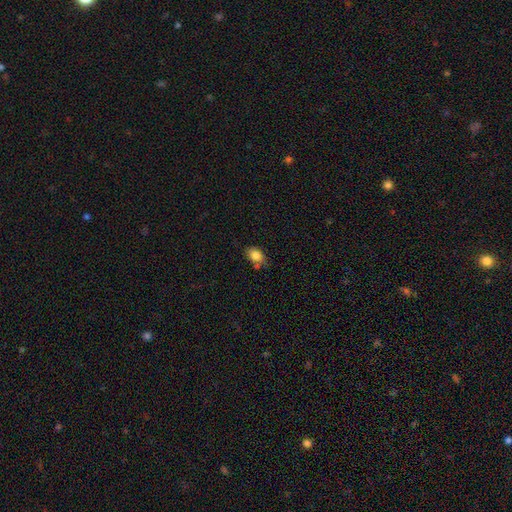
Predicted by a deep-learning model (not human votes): Smooth or featured? smooth (83%)
How rounded? in between (77%)
Merging? none (66%)